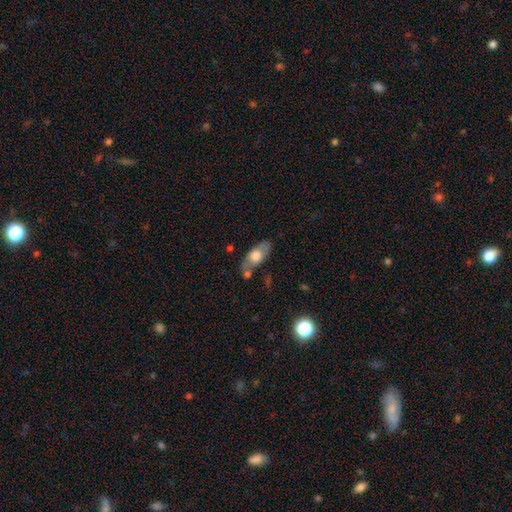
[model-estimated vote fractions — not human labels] smooth-or-featured: smooth: 57% | featured or disk: 38% | star or artifact: 6%
  how-rounded: in between: 83% | cigar-shaped: 12% | round: 5%
  merging: none: 59% | minor disturbance: 22% | merger: 12% | major disturbance: 7%